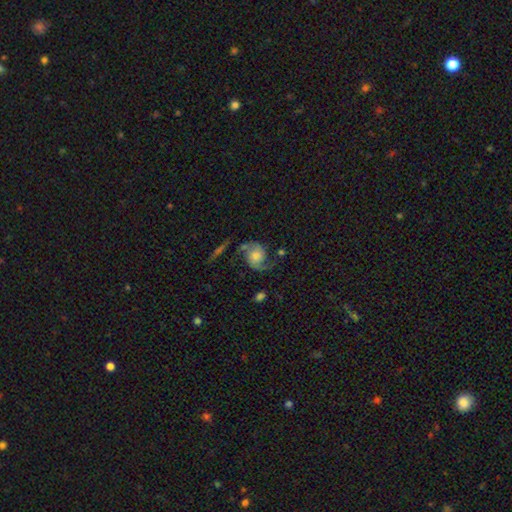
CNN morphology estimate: Overall: featured or disk (82%). Edge-on disk: no (98%). Bar: no (69%). Spiral arms: yes (96%). Spiral arm count: 2 (89%). Spiral winding: loose (45%; medium 43%). Bulge size: moderate (49%; small 29%). Merging: none (64%).